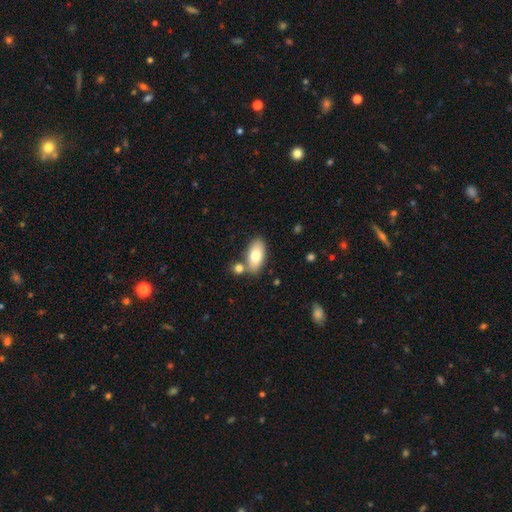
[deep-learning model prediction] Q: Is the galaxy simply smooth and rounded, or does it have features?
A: smooth — 75%.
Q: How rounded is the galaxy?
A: in between — 91%.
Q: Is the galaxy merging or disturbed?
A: none — 69%.